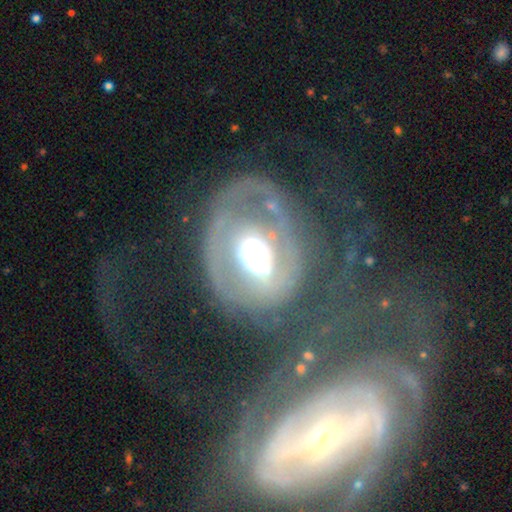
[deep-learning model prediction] Smooth or featured: featured or disk — 74% (smooth — 18%)
Edge-on disk: no — 96% (yes — 4%)
Bar: no — 59% (weak — 24%)
Spiral arms: yes — 59% (no — 41%)
Bulge size: moderate — 44% (large — 38%)
Merging: none — 42% (major disturbance — 37%)